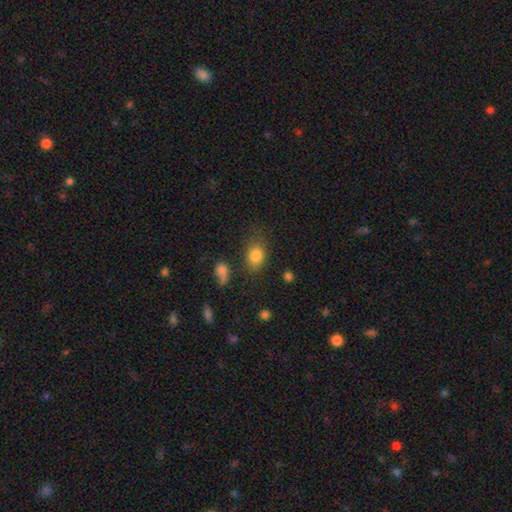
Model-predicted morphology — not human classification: A smooth galaxy with no disk features (82%) that is in between round and cigar-shaped (68%). Merging: none (71%).